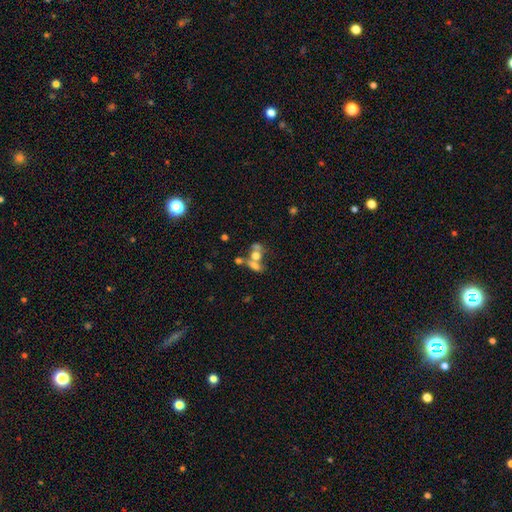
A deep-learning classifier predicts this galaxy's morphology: Smooth or featured? smooth (55%)
How rounded? in between (58%)
Merging? merger (56%)